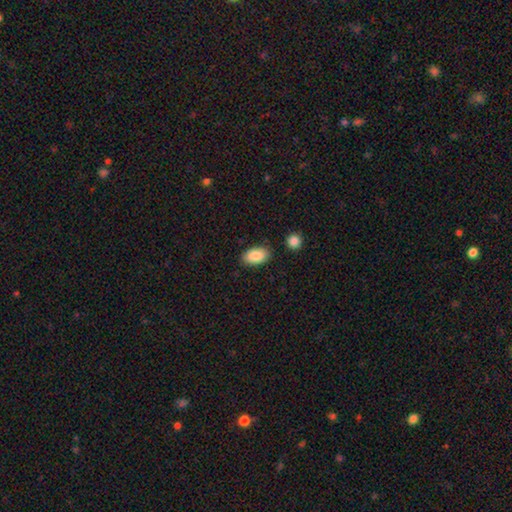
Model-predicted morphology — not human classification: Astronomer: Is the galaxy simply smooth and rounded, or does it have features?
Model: smooth — 88%.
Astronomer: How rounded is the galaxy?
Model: in between — 94%.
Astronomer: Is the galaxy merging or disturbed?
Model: none — 85%.